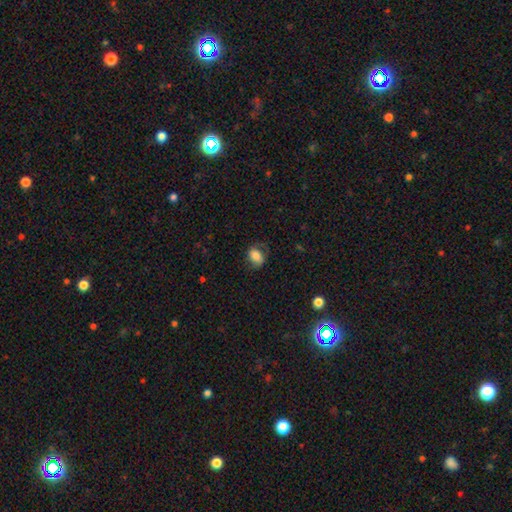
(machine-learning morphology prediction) smooth 74%, featured or disk 17%, star or artifact 9%. Down the decision tree: how rounded — in between (76%); merging — none (59%).